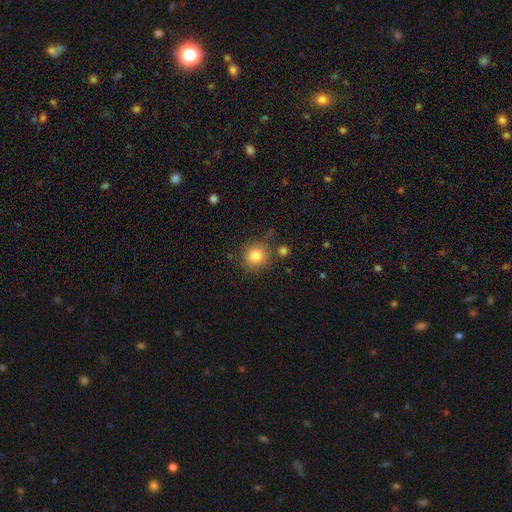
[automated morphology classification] smooth-or-featured: smooth: 82% | star or artifact: 11% | featured or disk: 7%
  how-rounded: round: 92% | in between: 7% | cigar-shaped: 1%
  merging: none: 79% | minor disturbance: 11% | merger: 7% | major disturbance: 4%